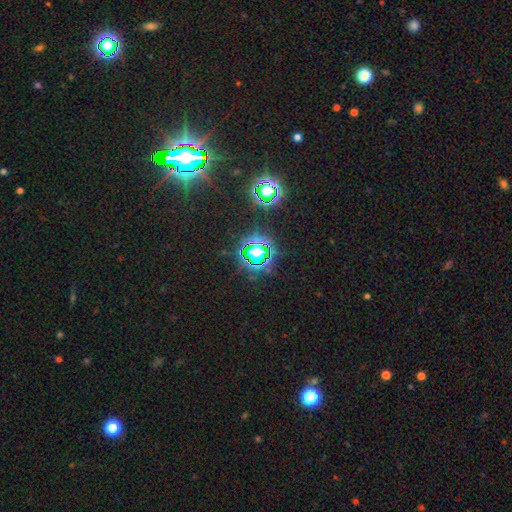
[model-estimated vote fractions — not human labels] A star or artifact, not a galaxy (83%).

Vote fractions:
- Smooth or featured? star or artifact: 83% / smooth: 11% / featured or disk: 7%